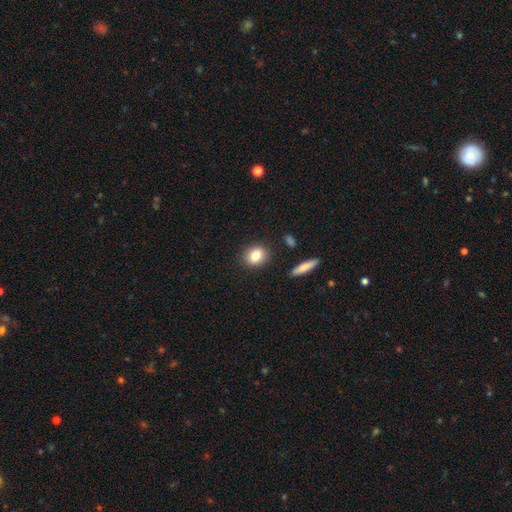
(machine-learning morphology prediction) A smooth galaxy with no disk features (82%) that is round (62%). Merging: none (88%).